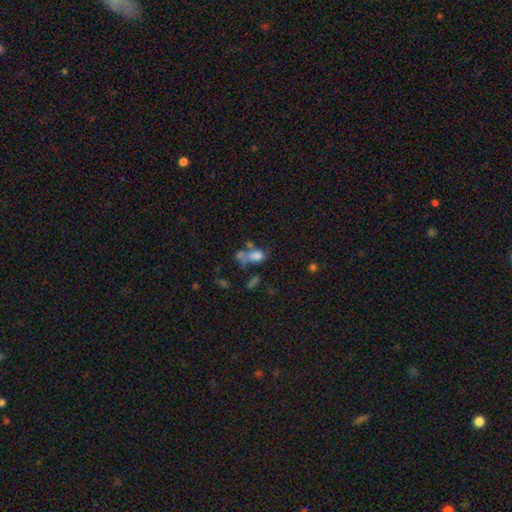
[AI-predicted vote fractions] Smooth or featured?
  - smooth: 67% *
  - featured or disk: 18%
  - star or artifact: 14%
How rounded?
  - in between: 76% *
  - round: 21%
  - cigar-shaped: 3%
Merging?
  - merger: 45% *
  - none: 25%
  - major disturbance: 17%
  - minor disturbance: 13%